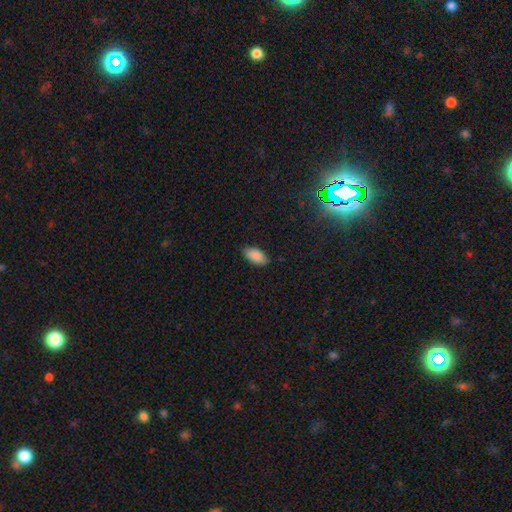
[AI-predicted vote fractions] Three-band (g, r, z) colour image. It shows a smooth galaxy with no disk features (88%) that is in between round and cigar-shaped (94%). Merging: none (83%).